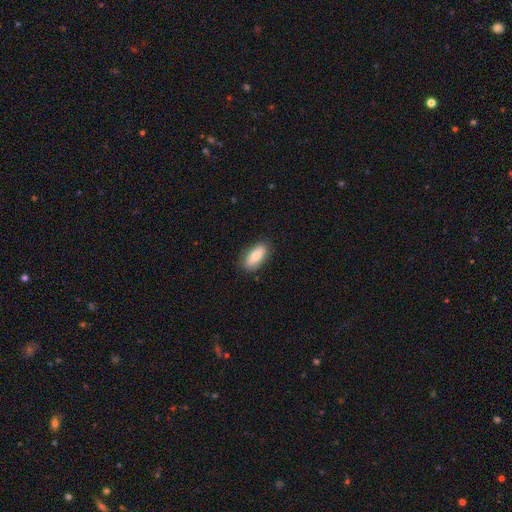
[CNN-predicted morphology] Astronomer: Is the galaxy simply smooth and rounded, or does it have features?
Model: smooth — 78%.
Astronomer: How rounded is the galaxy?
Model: in between — 86%.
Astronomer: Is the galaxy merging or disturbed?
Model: none — 86%.